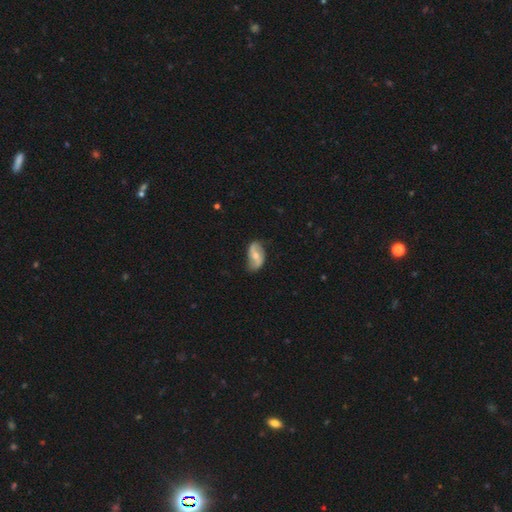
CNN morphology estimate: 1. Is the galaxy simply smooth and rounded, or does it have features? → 65% featured or disk, 29% smooth, 6% star or artifact.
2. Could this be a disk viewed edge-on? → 94% no, 6% yes.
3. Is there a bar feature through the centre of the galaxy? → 40% no, 38% weak, 21% strong.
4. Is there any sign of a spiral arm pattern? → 82% yes, 18% no.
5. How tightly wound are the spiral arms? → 61% loose, 27% medium, 12% tight.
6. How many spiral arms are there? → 88% 2, 7% can't tell, 3% 1, 1% 3, 1% 4, 1% more than 4.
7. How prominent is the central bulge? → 58% moderate, 36% small, 2% large, 2% none, 1% dominant.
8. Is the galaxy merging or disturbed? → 68% none, 25% minor disturbance, 6% major disturbance, 2% merger.